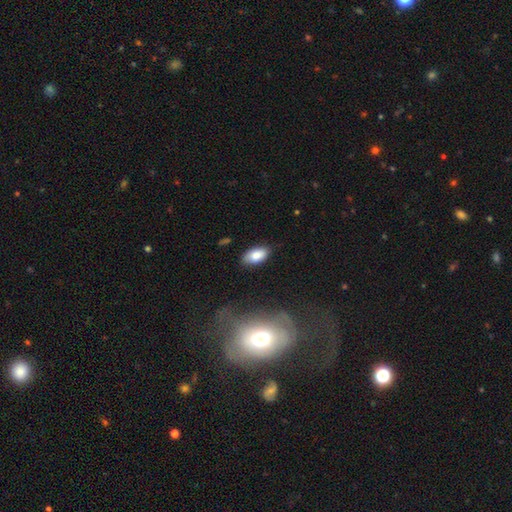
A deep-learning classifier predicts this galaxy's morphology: Smooth or featured?
  - smooth: 84% *
  - featured or disk: 9%
  - star or artifact: 7%
How rounded?
  - in between: 94% *
  - cigar-shaped: 4%
  - round: 3%
Merging?
  - none: 82% *
  - minor disturbance: 14%
  - major disturbance: 3%
  - merger: 2%